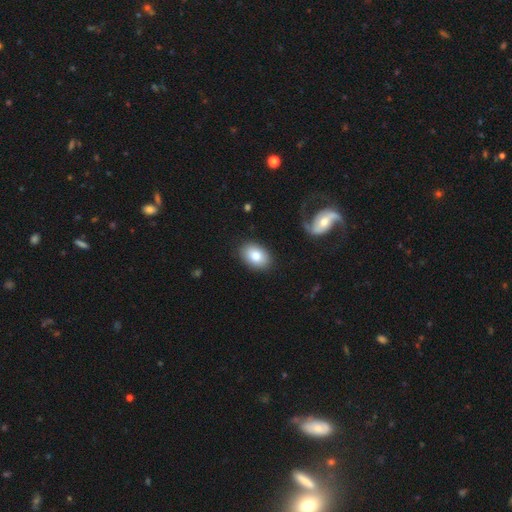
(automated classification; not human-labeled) A smooth galaxy with no disk features (81%) that is in between round and cigar-shaped (82%). Merging: none (86%).